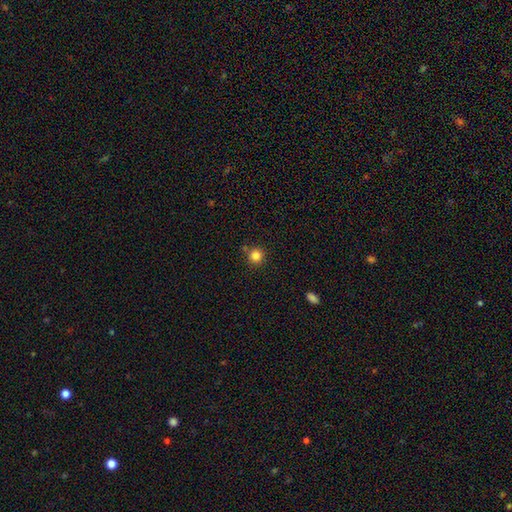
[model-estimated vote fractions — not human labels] The model was most divided on "smooth or featured": smooth: 83%, star or artifact: 13%, featured or disk: 5%. More confident: how rounded — round (94%); merging — none (81%).